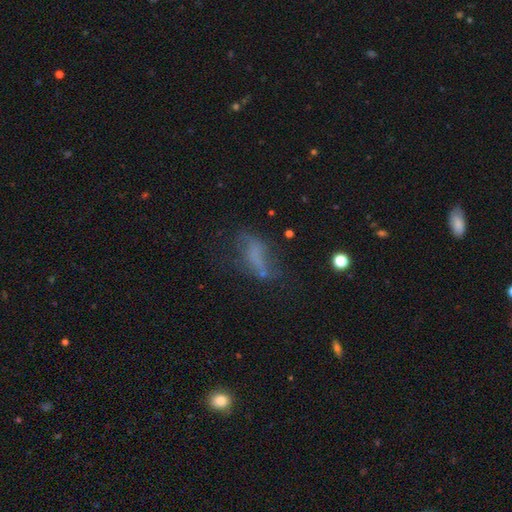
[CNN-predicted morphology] smooth 47%, featured or disk 35%, star or artifact 18%. Down the decision tree: merging — none (40%).